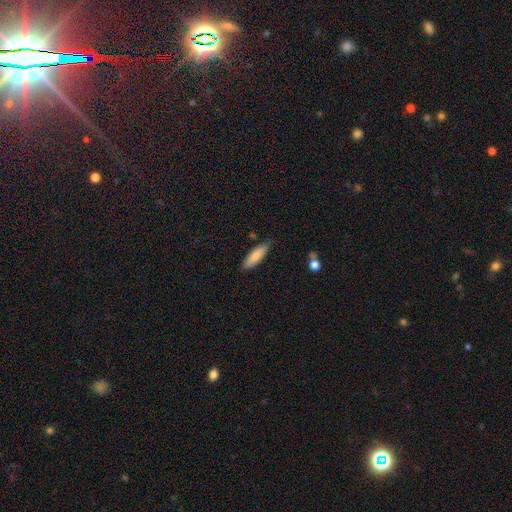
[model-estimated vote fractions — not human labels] A smooth galaxy with no disk features (81%) that is cigar-shaped (53%).

Vote fractions:
- Smooth or featured? smooth: 81% / featured or disk: 13% / star or artifact: 6%
- How rounded? cigar-shaped: 53% / in between: 46% / round: 2%
- Merging? none: 83% / minor disturbance: 13% / major disturbance: 2% / merger: 2%